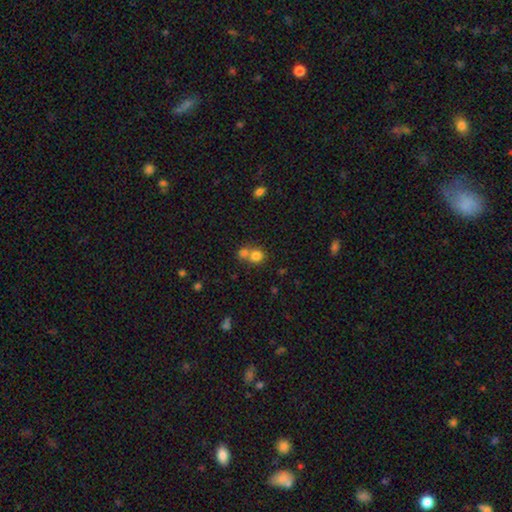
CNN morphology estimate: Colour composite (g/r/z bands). It shows a smooth galaxy with no disk features (79%) that is round (81%). Merging: merger (48%).